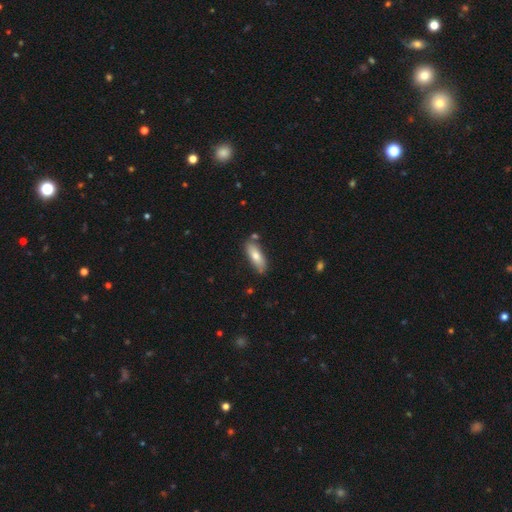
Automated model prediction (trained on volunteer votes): A smooth galaxy with no disk features (72%) that is in between round and cigar-shaped (62%).

Vote fractions:
- Smooth or featured? smooth: 72% / featured or disk: 22% / star or artifact: 6%
- How rounded? in between: 62% / cigar-shaped: 36% / round: 2%
- Merging? none: 78% / minor disturbance: 15% / merger: 4% / major disturbance: 3%